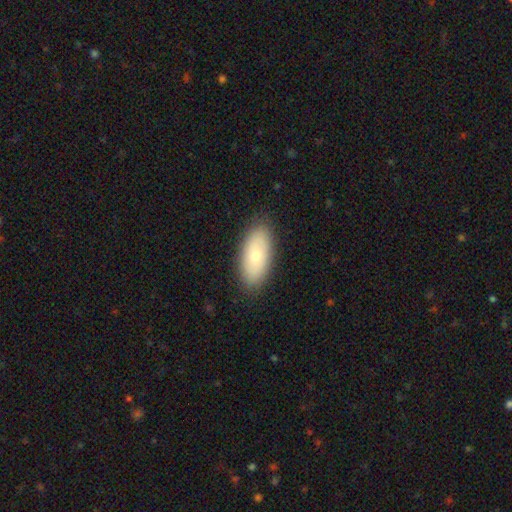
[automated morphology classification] Smooth or featured?
  - smooth: 72% *
  - featured or disk: 22%
  - star or artifact: 6%
How rounded?
  - in between: 90% *
  - cigar-shaped: 7%
  - round: 3%
Merging?
  - none: 87% *
  - minor disturbance: 10%
  - major disturbance: 2%
  - merger: 1%